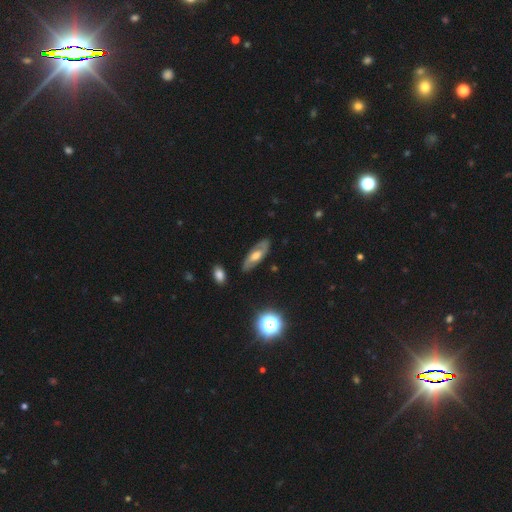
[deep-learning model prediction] A featured or disk galaxy (62%) with no bar (43%), spiral arms (70%) and a moderate central bulge (65%).

Vote fractions:
- Smooth or featured? featured or disk: 62% / smooth: 30% / star or artifact: 8%
- Edge-on disk? no: 82% / yes: 18%
- Bar? no: 43% / weak: 39% / strong: 18%
- Spiral arms? yes: 70% / no: 30%
- Bulge size? moderate: 65% / small: 20% / large: 12% / none: 2% / dominant: 1%
- Merging? none: 82% / minor disturbance: 13% / major disturbance: 4% / merger: 2%